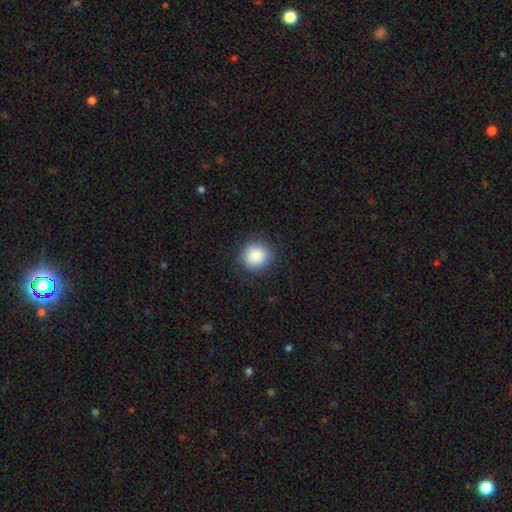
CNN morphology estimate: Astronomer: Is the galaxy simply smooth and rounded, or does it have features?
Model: smooth — 88%.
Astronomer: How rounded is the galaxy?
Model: round — 89%.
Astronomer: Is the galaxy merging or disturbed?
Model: none — 87%.